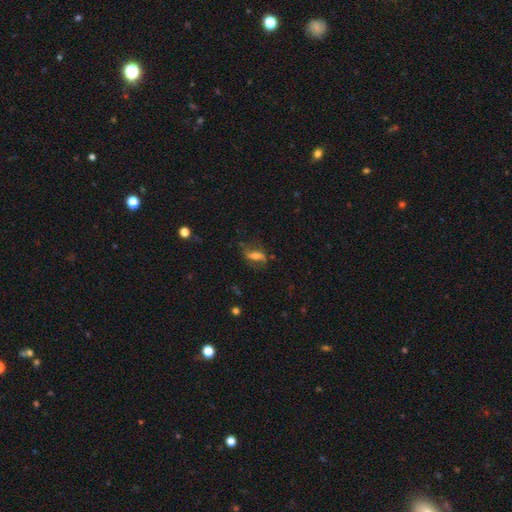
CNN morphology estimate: Smooth or featured? Predicted: featured or disk (p=0.52). Edge-on disk? Predicted: no (p=0.82). Merging? Predicted: none (p=0.65).